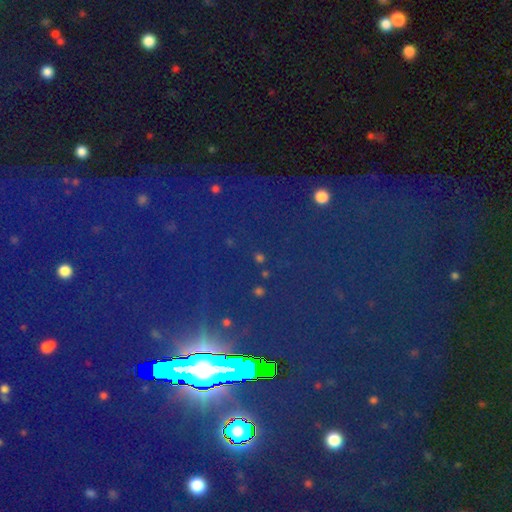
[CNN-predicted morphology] The model was most divided on "smooth or featured": star or artifact: 81%, smooth: 11%, featured or disk: 8%.